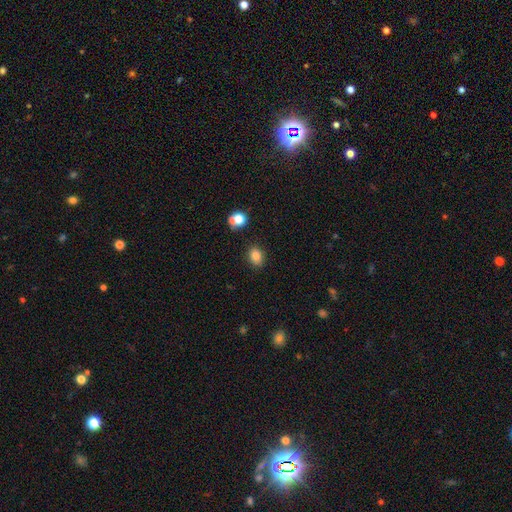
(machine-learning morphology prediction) smooth-or-featured: smooth: 82% | star or artifact: 12% | featured or disk: 6%
  how-rounded: in between: 61% | round: 38% | cigar-shaped: 1%
  merging: none: 85% | minor disturbance: 9% | merger: 3% | major disturbance: 2%